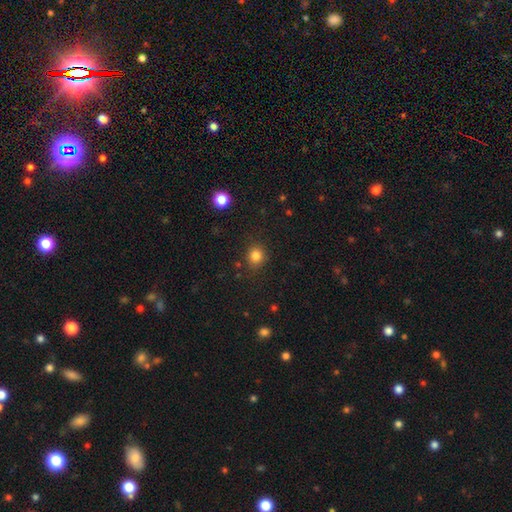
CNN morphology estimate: Q: Smooth or featured?
A: smooth (83%); runner-up: star or artifact (12%)
Q: How rounded?
A: round (82%); runner-up: in between (17%)
Q: Merging?
A: none (84%); runner-up: minor disturbance (11%)